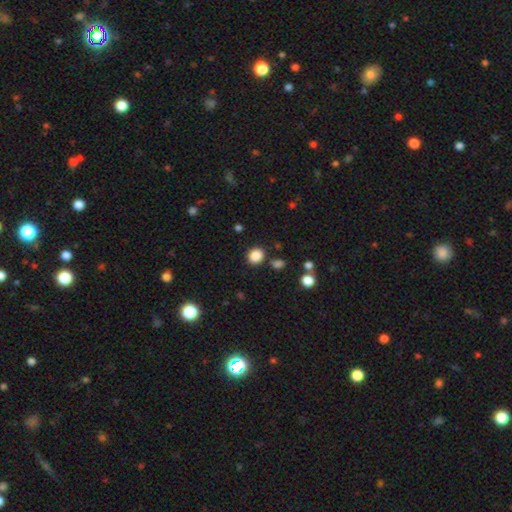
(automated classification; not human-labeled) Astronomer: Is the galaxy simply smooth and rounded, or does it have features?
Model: smooth — 86%.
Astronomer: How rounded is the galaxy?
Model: round — 77%.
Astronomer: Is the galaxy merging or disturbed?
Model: none — 84%.